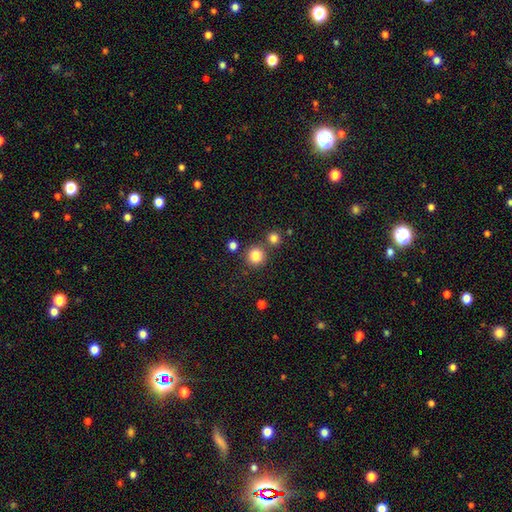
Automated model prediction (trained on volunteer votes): This appears to be a smooth galaxy with no disk features (83%) that is round (93%). Merging: none (79%).